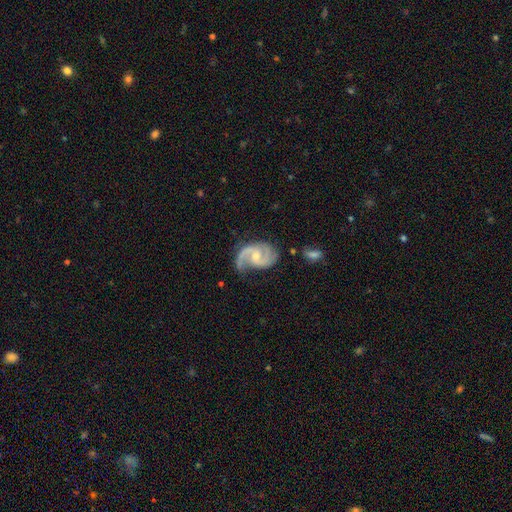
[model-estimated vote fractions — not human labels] This appears to be a featured or disk galaxy (91%) with no bar (47%), 2 (83%) medium (56%) spiral arms (98%) and a moderate central bulge (49%). Merging: none (63%).